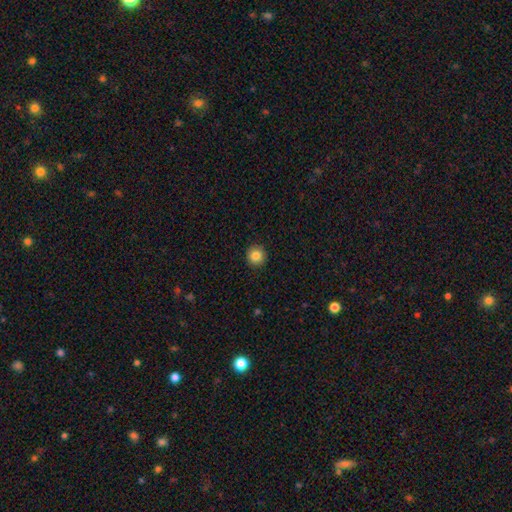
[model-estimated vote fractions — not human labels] The model was most divided on "smooth or featured": smooth: 84%, star or artifact: 10%, featured or disk: 6%. More confident: how rounded — round (95%); merging — none (93%).